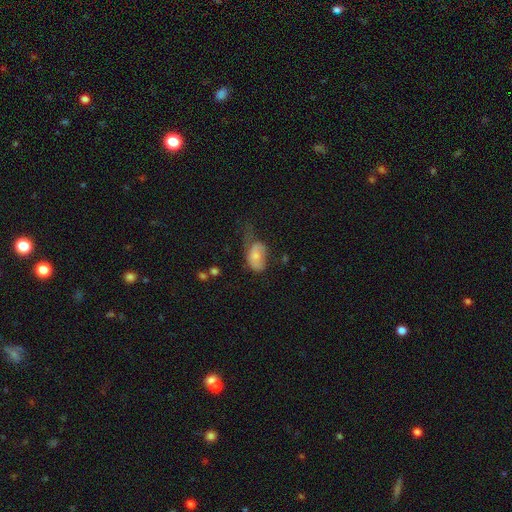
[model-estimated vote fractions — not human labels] Smooth or featured: smooth — 62% (featured or disk — 30%)
How rounded: in between — 88% (round — 10%)
Merging: major disturbance — 42% (minor disturbance — 32%)